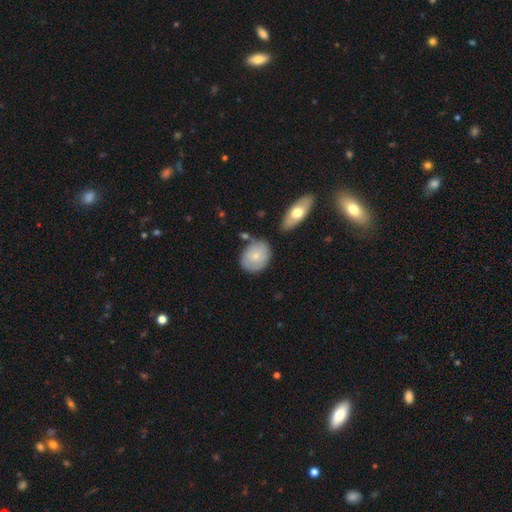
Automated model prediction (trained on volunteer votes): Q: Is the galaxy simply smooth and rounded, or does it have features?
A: smooth — 70%.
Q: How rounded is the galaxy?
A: round — 55%.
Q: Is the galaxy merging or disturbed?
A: none — 66%.